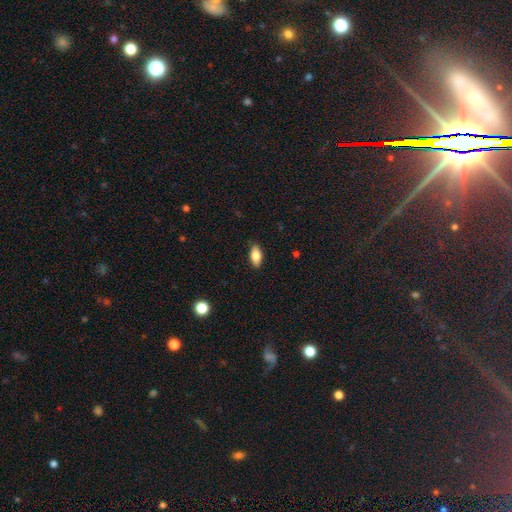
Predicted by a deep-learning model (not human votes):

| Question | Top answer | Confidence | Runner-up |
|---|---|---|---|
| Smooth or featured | smooth | 79% | featured or disk (14%) |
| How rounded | in between | 88% | cigar-shaped (9%) |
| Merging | none | 87% | minor disturbance (10%) |